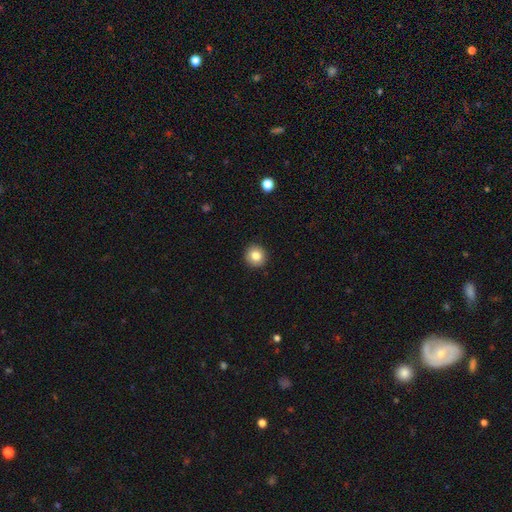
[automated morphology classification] Smooth or featured?
  - smooth: 84% *
  - star or artifact: 9%
  - featured or disk: 7%
How rounded?
  - round: 92% *
  - in between: 7%
  - cigar-shaped: 1%
Merging?
  - none: 92% *
  - minor disturbance: 5%
  - major disturbance: 2%
  - merger: 1%